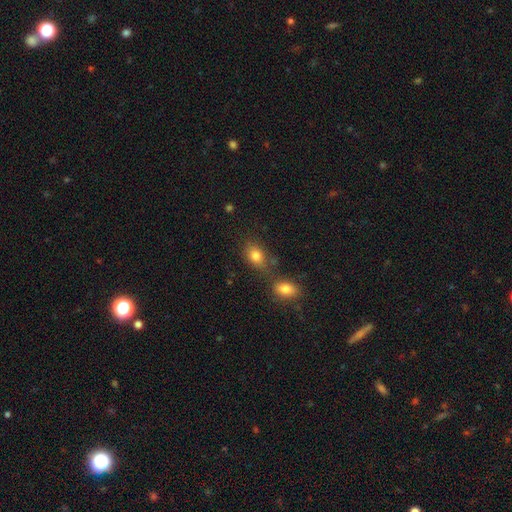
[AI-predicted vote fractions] The model was most divided on "merging": none: 58%, merger: 23%, minor disturbance: 14%, major disturbance: 5%. More confident: smooth or featured — smooth (81%); how rounded — in between (78%).